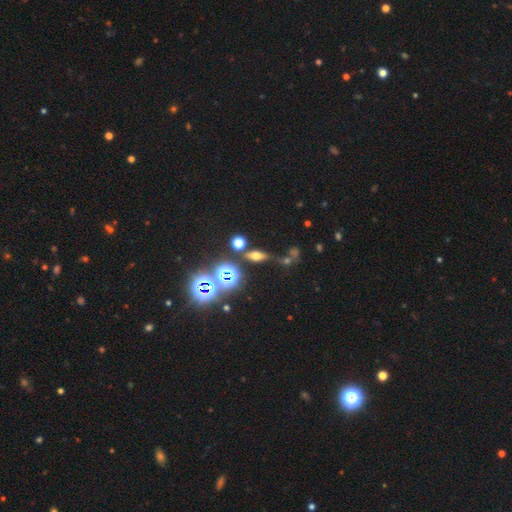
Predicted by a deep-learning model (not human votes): smooth 45%, star or artifact 32%, featured or disk 23%. Down the decision tree: merging — none (71%).